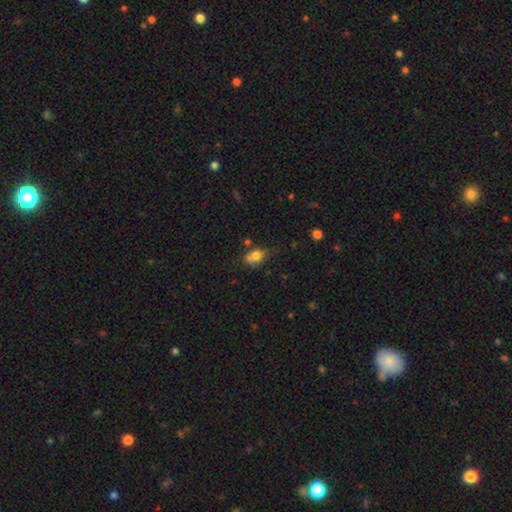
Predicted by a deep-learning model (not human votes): Smooth or featured?
  - smooth: 73% *
  - featured or disk: 16%
  - star or artifact: 11%
How rounded?
  - in between: 63% *
  - round: 35%
  - cigar-shaped: 2%
Merging?
  - none: 39% *
  - minor disturbance: 29%
  - merger: 21%
  - major disturbance: 11%